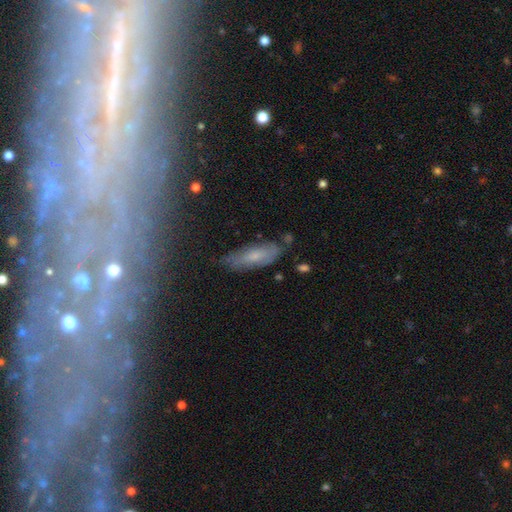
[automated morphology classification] Q: Smooth or featured?
A: smooth (54%); runner-up: featured or disk (36%)
Q: How rounded?
A: in between (52%); runner-up: cigar-shaped (45%)
Q: Merging?
A: none (68%); runner-up: minor disturbance (23%)